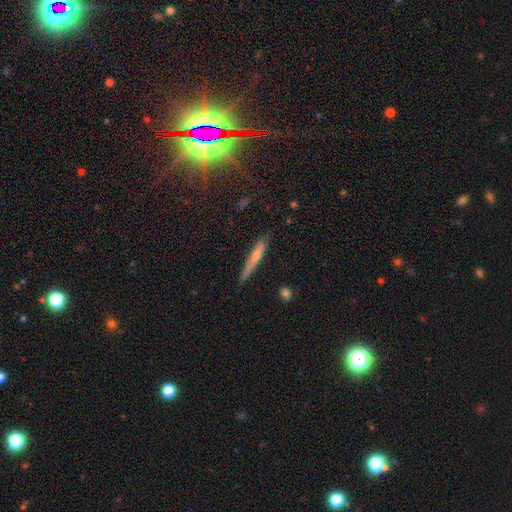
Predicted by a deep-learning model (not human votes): smooth-or-featured: smooth: 46% | featured or disk: 44% | star or artifact: 10%
  merging: none: 85% | minor disturbance: 12% | major disturbance: 2% | merger: 1%